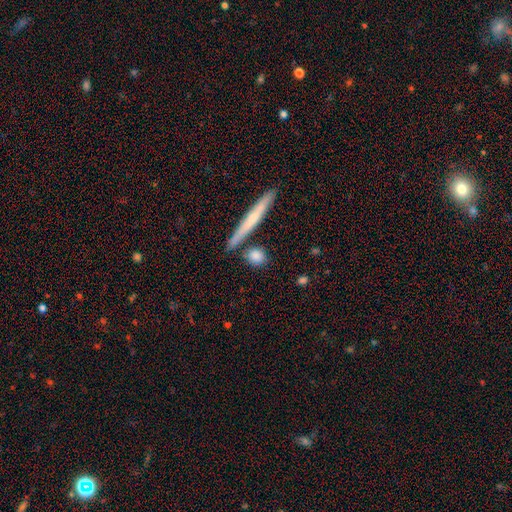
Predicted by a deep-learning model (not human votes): Smooth or featured? Predicted: smooth (p=0.80). How rounded? Predicted: round (p=0.55). Merging? Predicted: none (p=0.78).